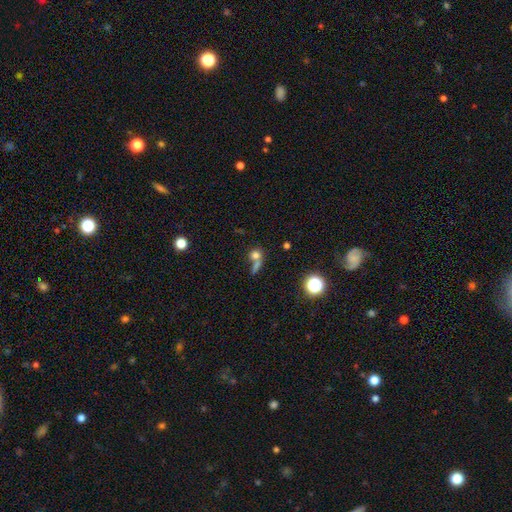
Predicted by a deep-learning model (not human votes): This appears to be a smooth galaxy with no disk features (70%) that is round (79%). Merging: none (44%).